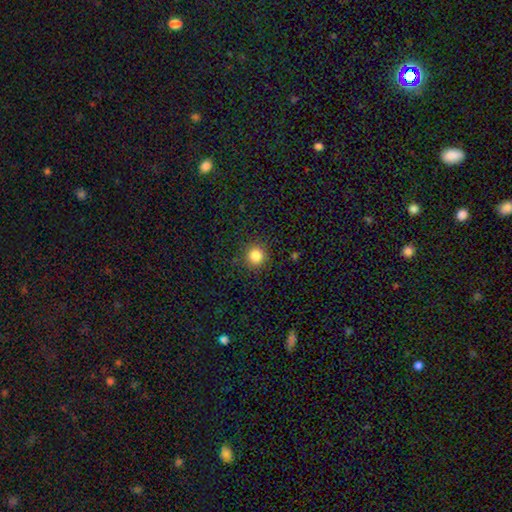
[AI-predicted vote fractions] Smooth or featured? smooth (84%)
How rounded? round (94%)
Merging? none (91%)